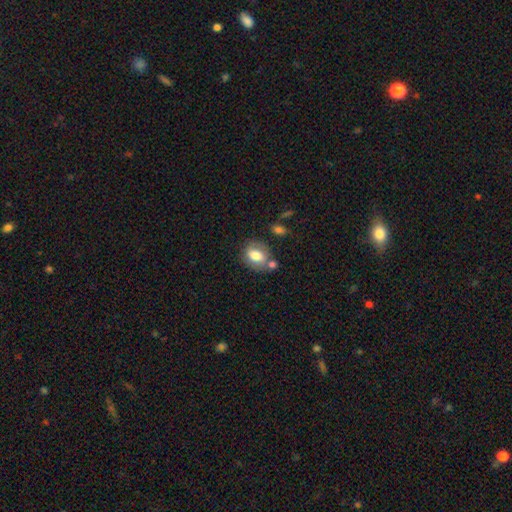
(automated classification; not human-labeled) Smooth or featured? Predicted: smooth (p=0.73). How rounded? Predicted: in between (p=0.64). Merging? Predicted: none (p=0.59).